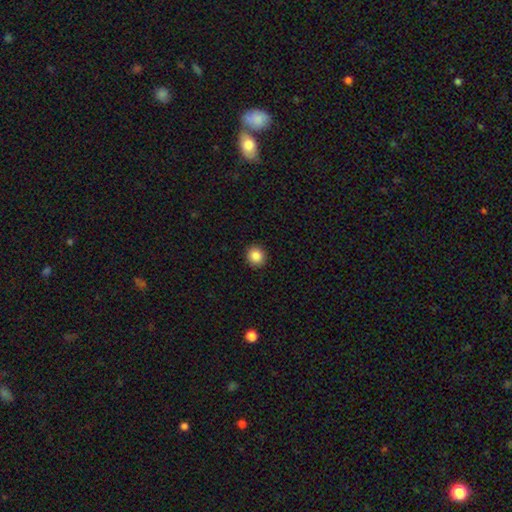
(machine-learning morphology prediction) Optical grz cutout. It shows a smooth galaxy with no disk features (86%) that is round (89%). Merging: none (92%).